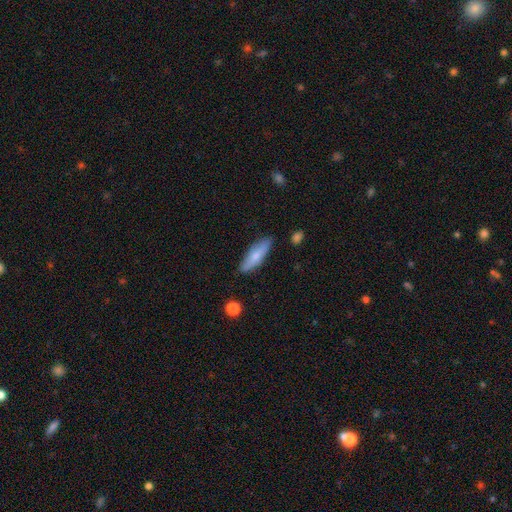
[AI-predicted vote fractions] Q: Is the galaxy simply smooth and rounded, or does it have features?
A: smooth — 69%.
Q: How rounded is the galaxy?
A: cigar-shaped — 58%.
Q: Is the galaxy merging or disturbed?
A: none — 83%.